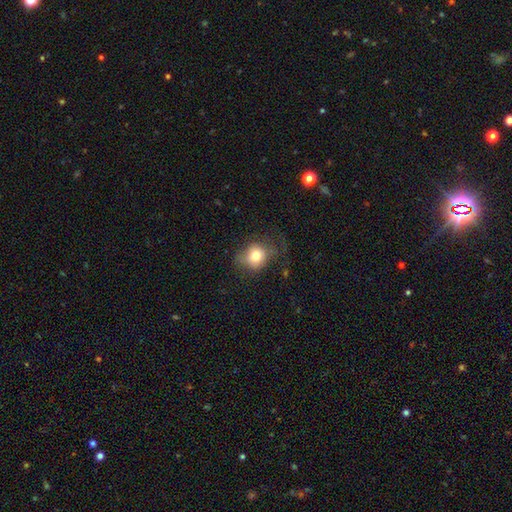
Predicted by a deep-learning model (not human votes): smooth-or-featured: smooth: 77% | featured or disk: 13% | star or artifact: 10%
  how-rounded: round: 70% | in between: 30% | cigar-shaped: 1%
  merging: none: 54% | minor disturbance: 27% | major disturbance: 17% | merger: 2%